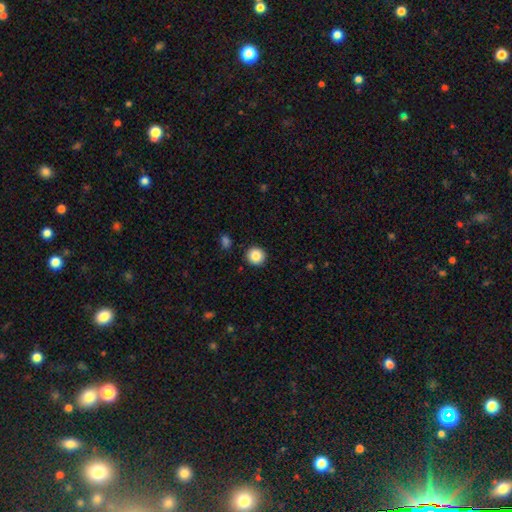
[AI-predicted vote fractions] Smooth or featured?
  - smooth: 86% *
  - star or artifact: 9%
  - featured or disk: 5%
How rounded?
  - round: 93% *
  - in between: 6%
  - cigar-shaped: 1%
Merging?
  - none: 92% *
  - minor disturbance: 5%
  - major disturbance: 2%
  - merger: 1%